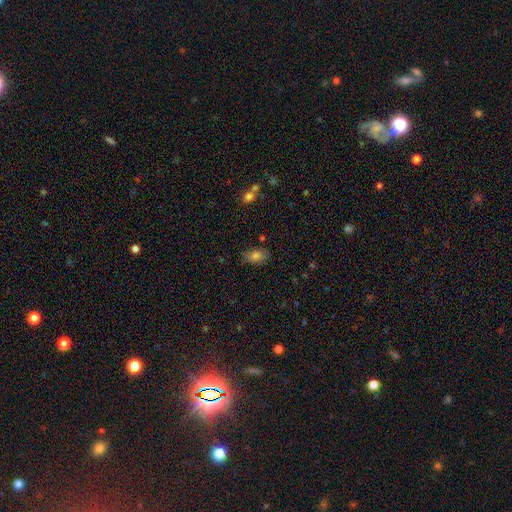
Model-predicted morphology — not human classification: The model was most divided on "merging": none: 80%, minor disturbance: 14%, major disturbance: 3%, merger: 2%. More confident: how rounded — in between (88%); smooth or featured — smooth (81%).